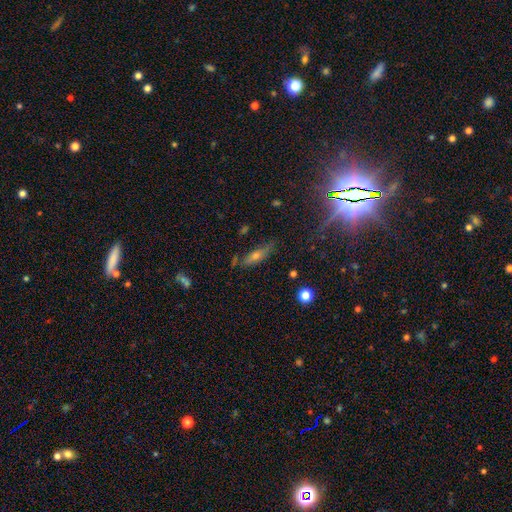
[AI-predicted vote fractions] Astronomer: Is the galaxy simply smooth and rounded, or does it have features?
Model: smooth — 42% (runner-up: featured or disk, 40%).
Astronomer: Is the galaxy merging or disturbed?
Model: none — 72%.